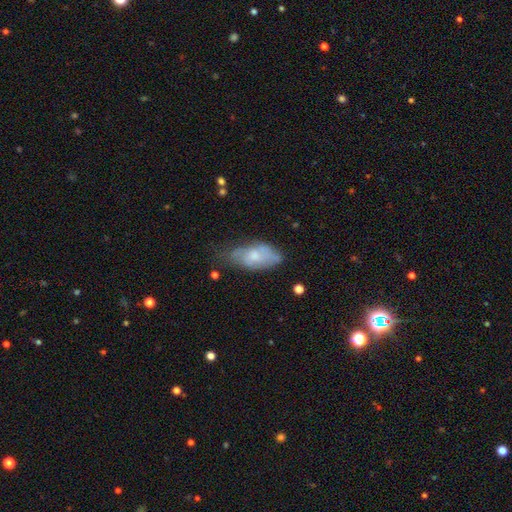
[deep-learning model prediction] A smooth galaxy with no disk features (57%) that is in between round and cigar-shaped (89%).

Vote fractions:
- Smooth or featured? smooth: 57% / featured or disk: 36% / star or artifact: 7%
- How rounded? in between: 89% / cigar-shaped: 8% / round: 3%
- Merging? none: 44% / minor disturbance: 38% / major disturbance: 15% / merger: 4%